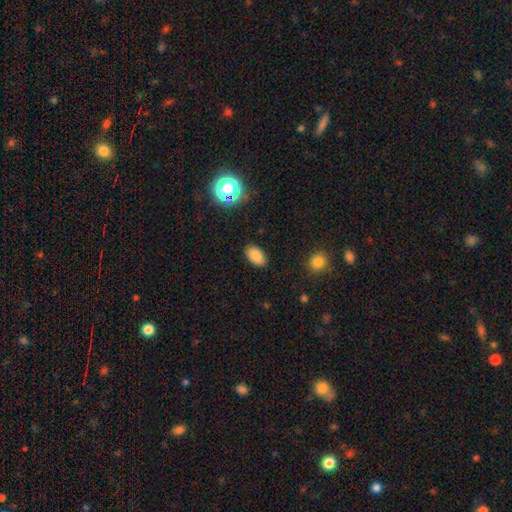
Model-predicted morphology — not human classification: smooth-or-featured: smooth: 84% | star or artifact: 11% | featured or disk: 5%
  how-rounded: in between: 92% | round: 6% | cigar-shaped: 2%
  merging: none: 87% | minor disturbance: 9% | major disturbance: 2% | merger: 1%